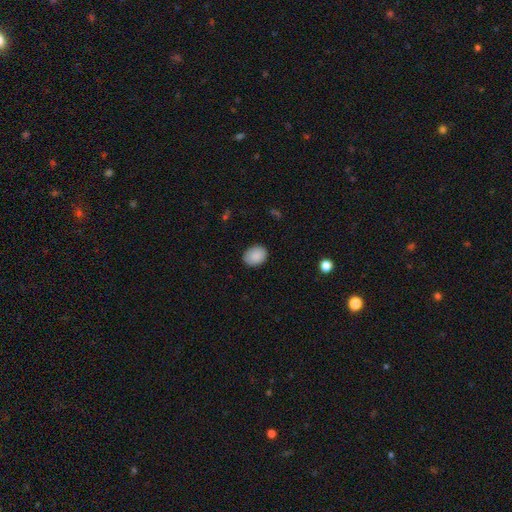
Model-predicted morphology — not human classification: Smooth or featured? smooth (89%)
How rounded? in between (59%)
Merging? none (86%)